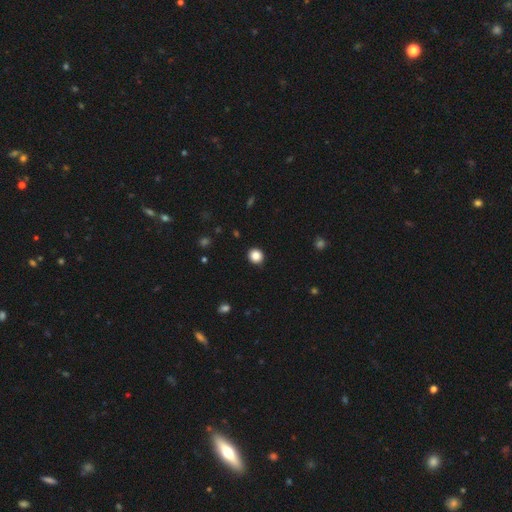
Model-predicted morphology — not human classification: Smooth or featured: smooth — 86% (star or artifact — 11%)
How rounded: round — 89% (in between — 10%)
Merging: none — 91% (minor disturbance — 6%)